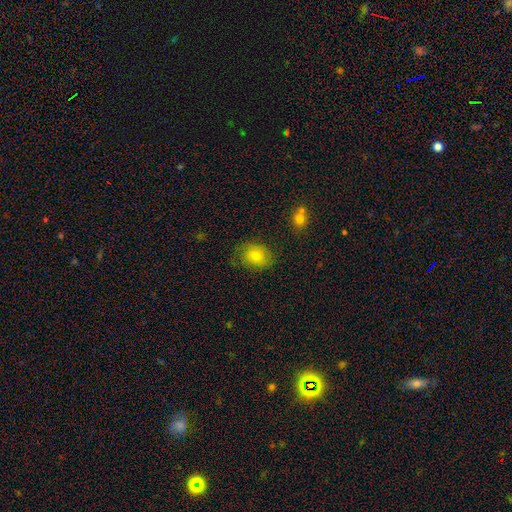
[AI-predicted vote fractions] A smooth galaxy with no disk features (71%) that is in between round and cigar-shaped (50%).

Vote fractions:
- Smooth or featured? smooth: 71% / featured or disk: 17% / star or artifact: 12%
- How rounded? in between: 50% / round: 49% / cigar-shaped: 1%
- Merging? none: 75% / minor disturbance: 18% / major disturbance: 6% / merger: 2%